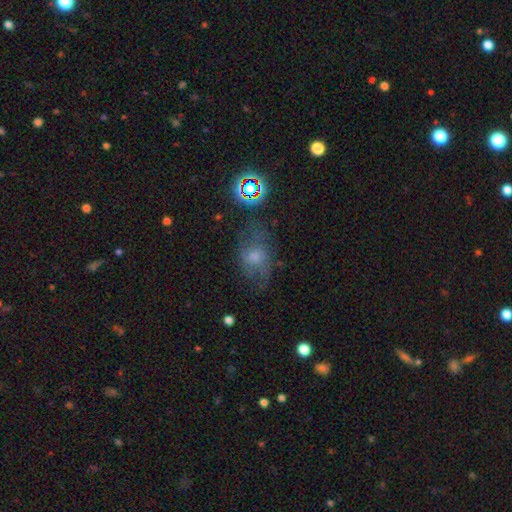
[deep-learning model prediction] Smooth or featured? Predicted: smooth (p=0.46). Merging? Predicted: none (p=0.50).